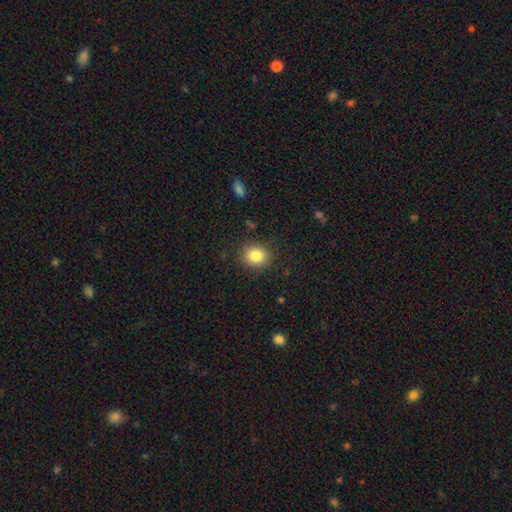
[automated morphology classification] Smooth or featured? smooth (83%)
How rounded? round (77%)
Merging? none (88%)